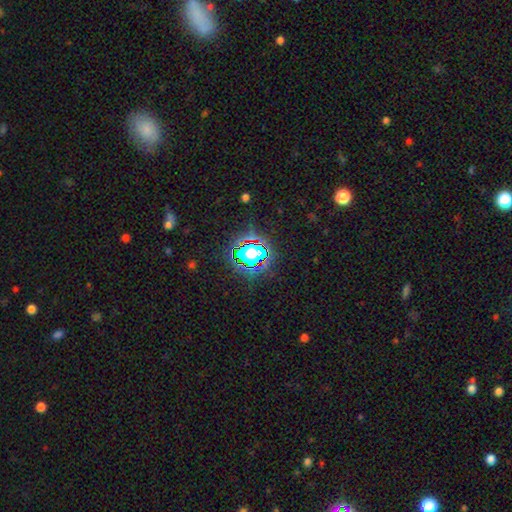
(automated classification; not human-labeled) Smooth or featured: star or artifact — 65% (smooth — 24%)